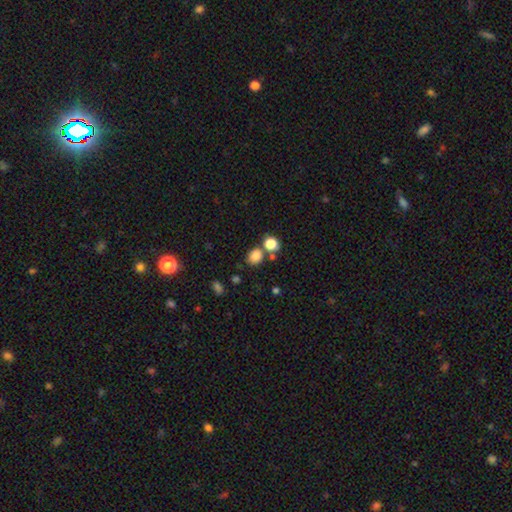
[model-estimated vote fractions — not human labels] Morphology: type=smooth (82%); roundness=round (65%); merging=none (66%).